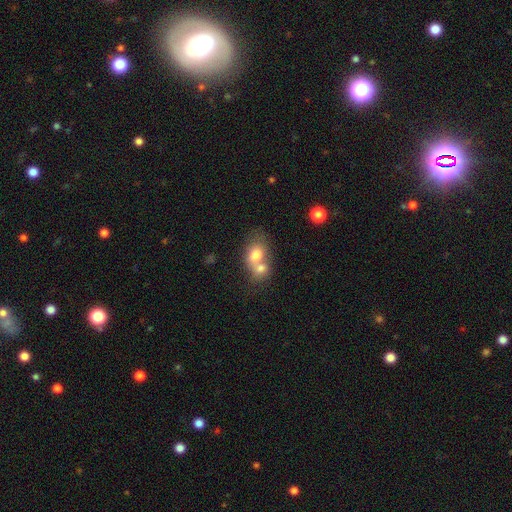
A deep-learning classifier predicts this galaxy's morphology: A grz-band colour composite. It shows a smooth galaxy with no disk features (73%) that is in between round and cigar-shaped (58%). Merging: merger (71%).